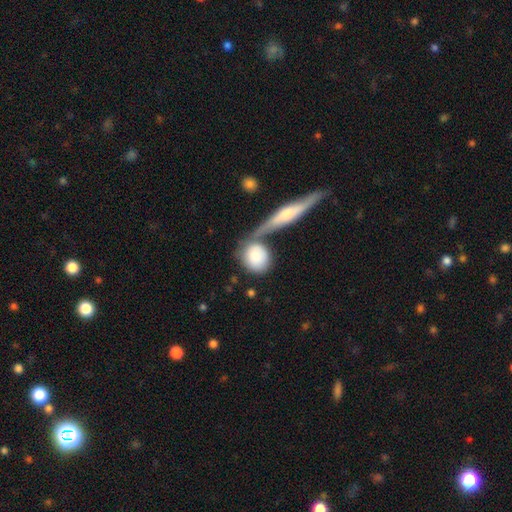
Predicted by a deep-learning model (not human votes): Smooth or featured?
  - smooth: 78% *
  - featured or disk: 17%
  - star or artifact: 5%
How rounded?
  - round: 72% *
  - in between: 24%
  - cigar-shaped: 4%
Merging?
  - none: 49% *
  - merger: 31%
  - minor disturbance: 13%
  - major disturbance: 6%